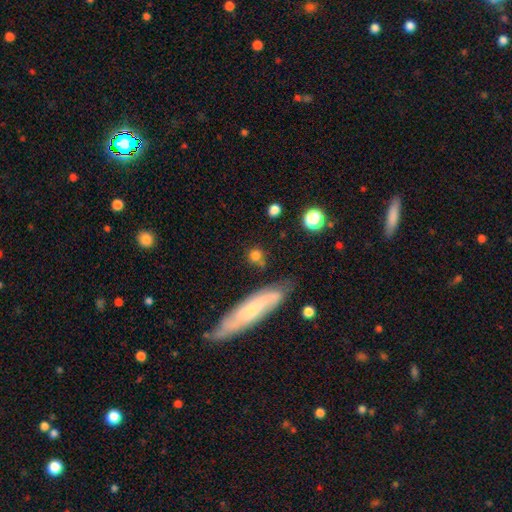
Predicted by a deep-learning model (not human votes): smooth 76%, featured or disk 13%, star or artifact 10%. Down the decision tree: how rounded — round (73%); merging — none (71%).